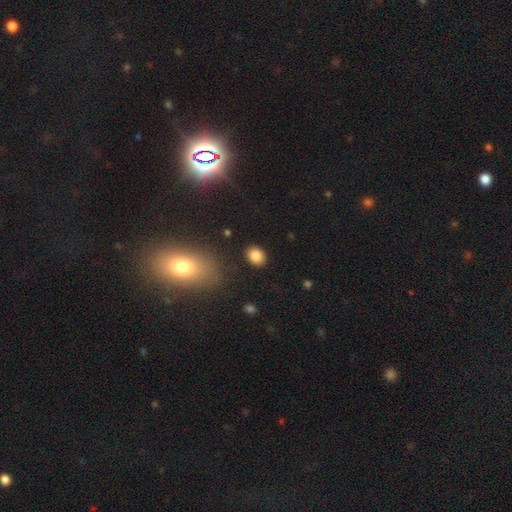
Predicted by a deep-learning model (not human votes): Overall: smooth (85%). How rounded: in between (50%; round 49%). Merging: none (88%).